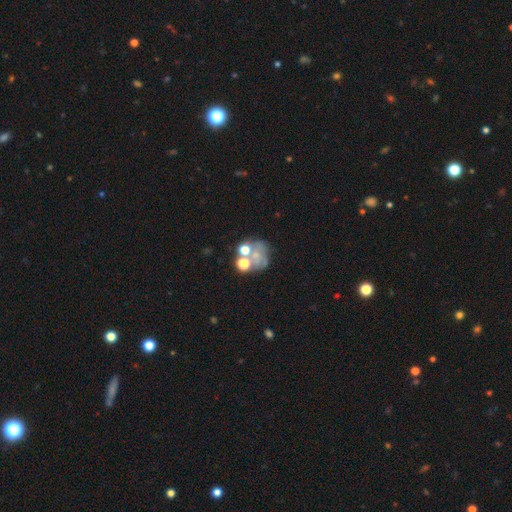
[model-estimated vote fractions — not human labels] Smooth or featured? Predicted: smooth (p=0.40). Merging? Predicted: merger (p=0.38).